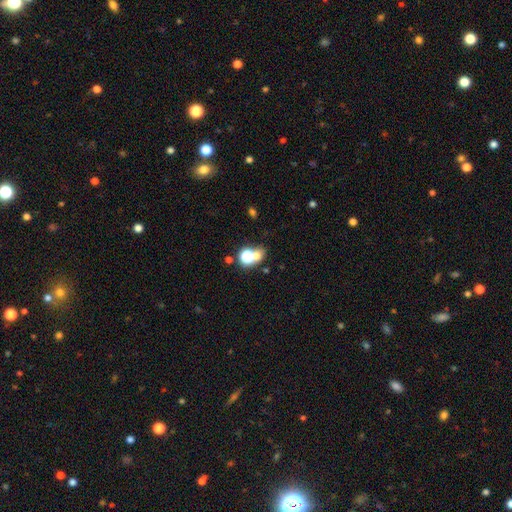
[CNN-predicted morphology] Smooth or featured? smooth (59%)
How rounded? round (67%)
Merging? none (49%)